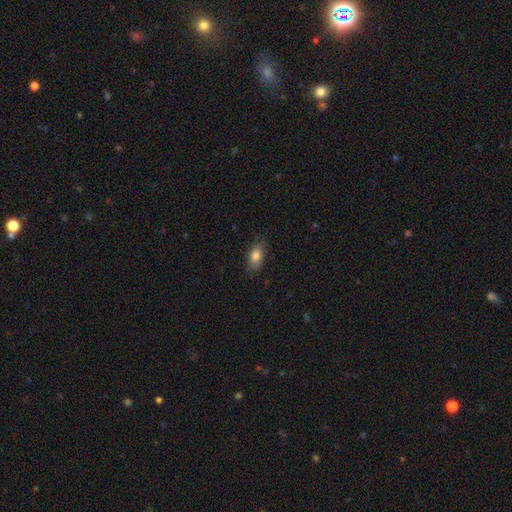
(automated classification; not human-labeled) Smooth or featured? Predicted: smooth (p=0.83). How rounded? Predicted: in between (p=0.87). Merging? Predicted: none (p=0.81).